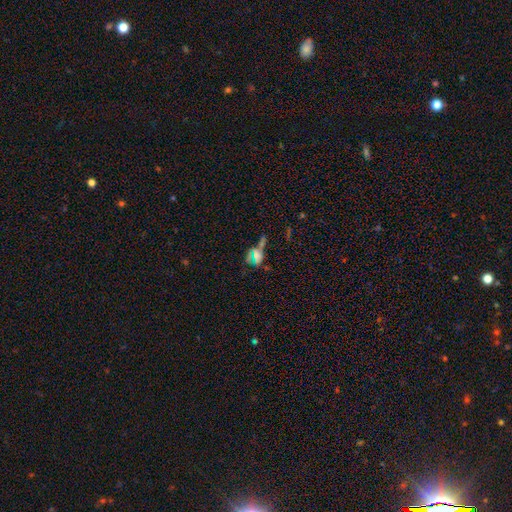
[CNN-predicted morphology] Smooth or featured? star or artifact (43%)